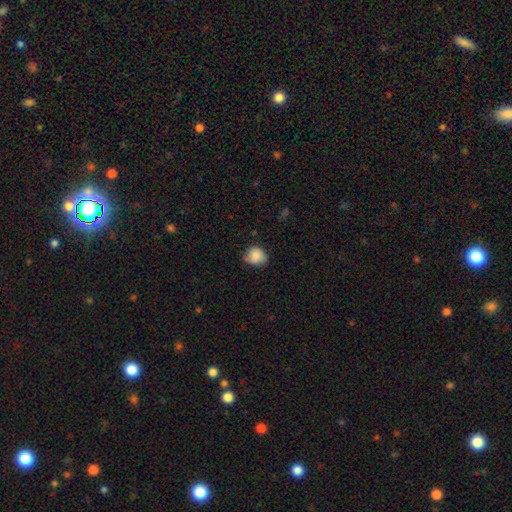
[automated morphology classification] The model was most divided on "merging": none: 64%, minor disturbance: 29%, major disturbance: 5%, merger: 1%. More confident: smooth or featured — smooth (81%); how rounded — round (69%).